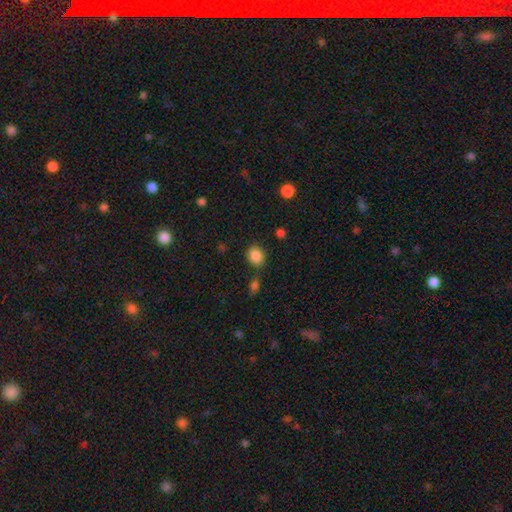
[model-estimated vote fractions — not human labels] The model was most divided on "how rounded": round: 59%, in between: 40%, cigar-shaped: 1%. More confident: smooth or featured — smooth (86%); merging — none (71%).